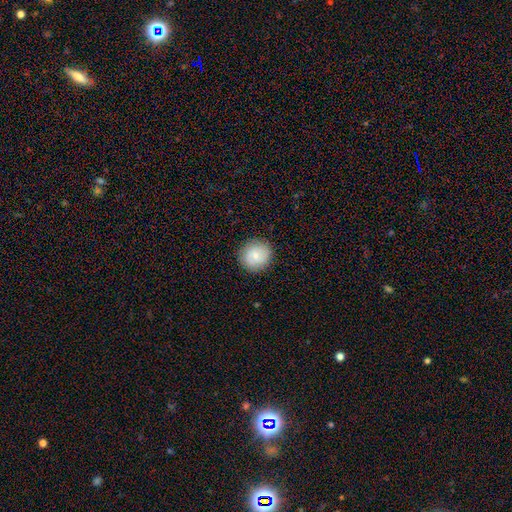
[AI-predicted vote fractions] Q: Smooth or featured?
A: smooth (76%); runner-up: featured or disk (17%)
Q: How rounded?
A: round (90%); runner-up: in between (9%)
Q: Merging?
A: none (88%); runner-up: minor disturbance (8%)